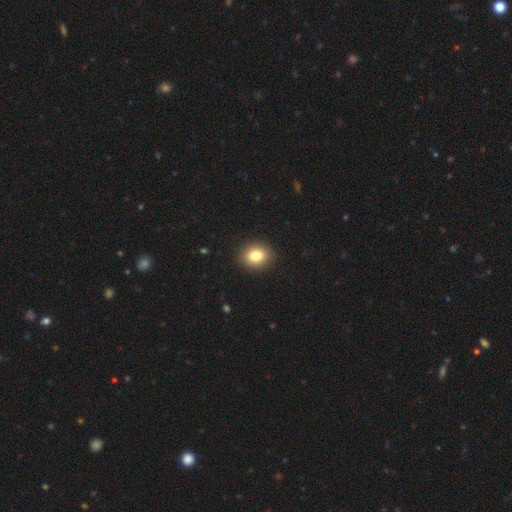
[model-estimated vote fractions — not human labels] smooth-or-featured: smooth: 83% | star or artifact: 10% | featured or disk: 7%
  how-rounded: round: 54% | in between: 45% | cigar-shaped: 1%
  merging: none: 91% | minor disturbance: 6% | major disturbance: 2% | merger: 1%